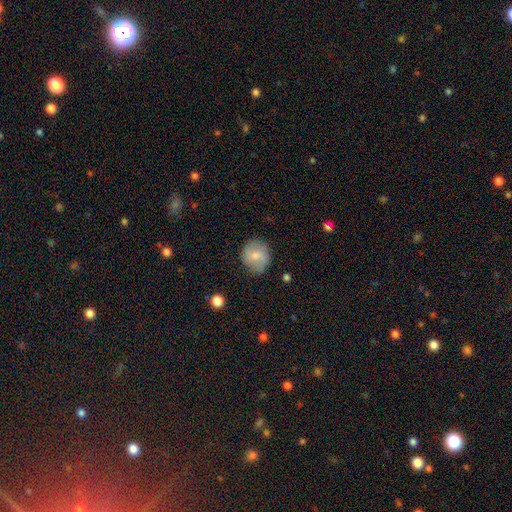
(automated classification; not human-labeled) Morphology: type=smooth (65%); roundness=round (78%); merging=none (74%).